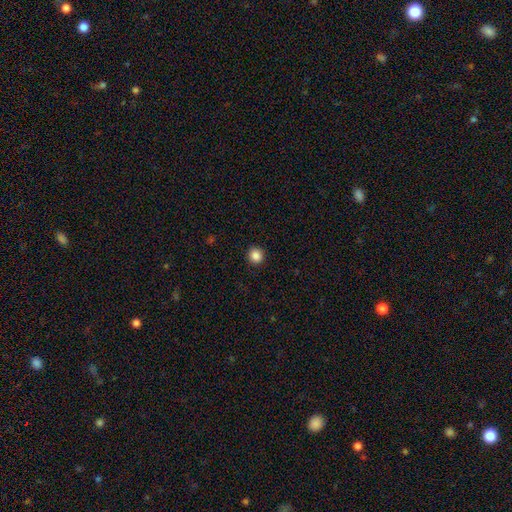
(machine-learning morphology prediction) Smooth or featured? Predicted: smooth (p=0.87). How rounded? Predicted: round (p=0.92). Merging? Predicted: none (p=0.92).